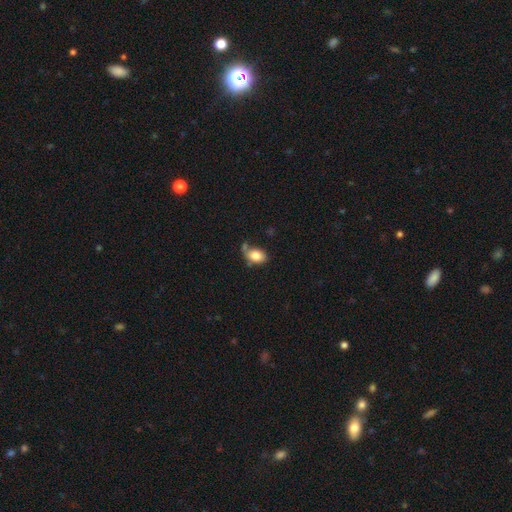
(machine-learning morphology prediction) A smooth galaxy with no disk features (80%) that is in between round and cigar-shaped (78%). Merging: none (48%).